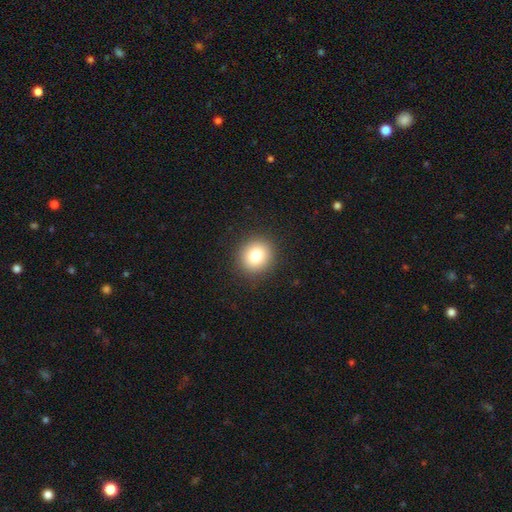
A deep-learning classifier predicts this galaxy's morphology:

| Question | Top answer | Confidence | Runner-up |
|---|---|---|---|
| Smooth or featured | smooth | 82% | star or artifact (10%) |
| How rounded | round | 85% | in between (14%) |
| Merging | none | 91% | minor disturbance (6%) |